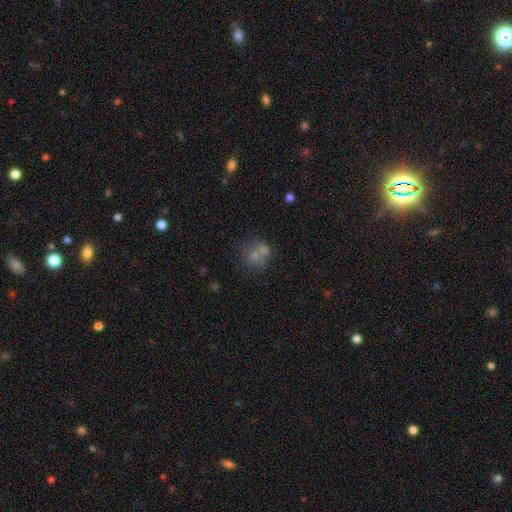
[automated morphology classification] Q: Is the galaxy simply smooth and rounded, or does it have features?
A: smooth — 61%.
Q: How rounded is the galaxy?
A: round — 68%.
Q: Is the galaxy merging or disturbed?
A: merger — 40%.